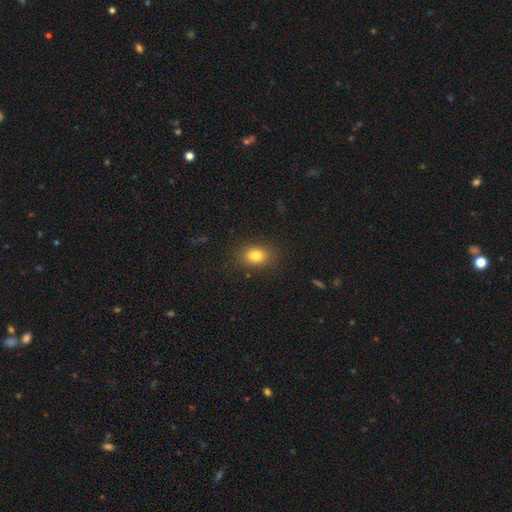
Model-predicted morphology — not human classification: smooth-or-featured: smooth: 82% | star or artifact: 11% | featured or disk: 8%
  how-rounded: in between: 67% | round: 32% | cigar-shaped: 1%
  merging: none: 86% | minor disturbance: 10% | major disturbance: 3% | merger: 1%